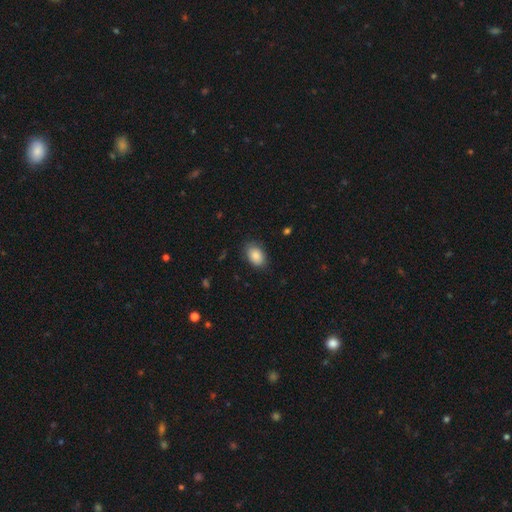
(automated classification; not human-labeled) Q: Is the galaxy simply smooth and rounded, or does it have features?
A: smooth — 85%.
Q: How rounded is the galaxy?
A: in between — 85%.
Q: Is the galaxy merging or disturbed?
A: none — 82%.